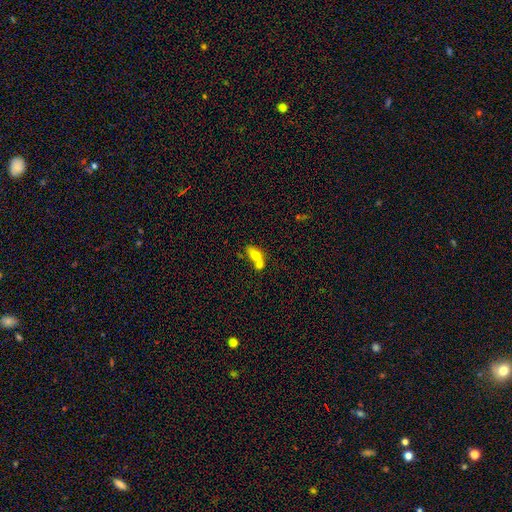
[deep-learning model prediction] Smooth or featured?
  - smooth: 71% *
  - featured or disk: 21%
  - star or artifact: 9%
How rounded?
  - in between: 74% *
  - round: 18%
  - cigar-shaped: 7%
Merging?
  - merger: 64% *
  - none: 23%
  - minor disturbance: 8%
  - major disturbance: 4%